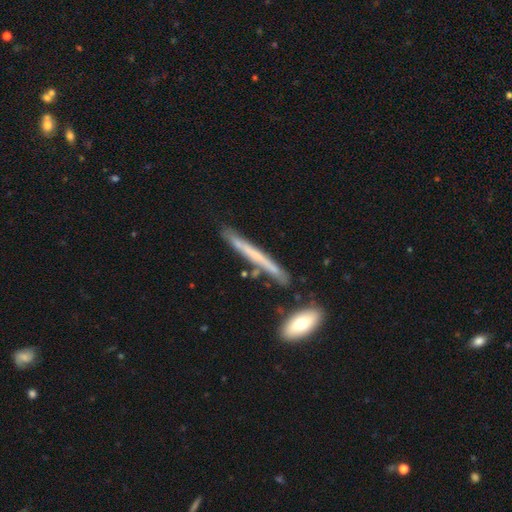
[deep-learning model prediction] A smooth galaxy with no disk features (47%). Merging: none (78%).